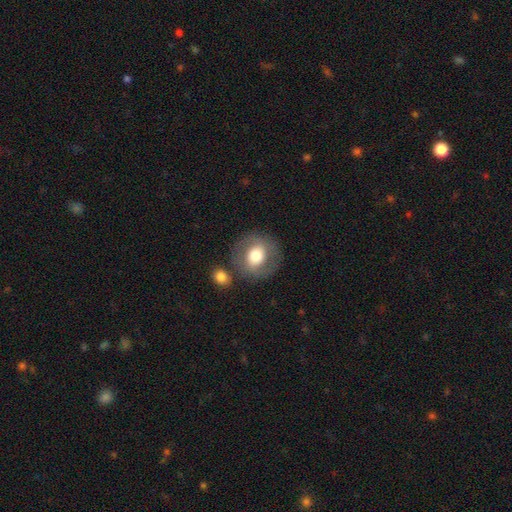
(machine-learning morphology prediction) smooth 57%, featured or disk 35%, star or artifact 8%. Down the decision tree: how rounded — round (83%); merging — none (75%).